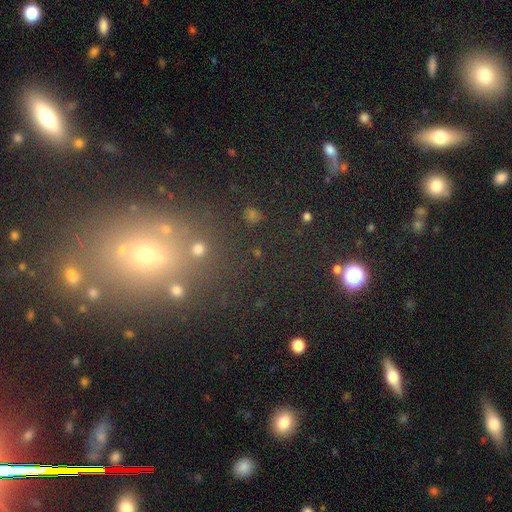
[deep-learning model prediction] This appears to be a smooth galaxy with no disk features (47%). Merging: none (73%).